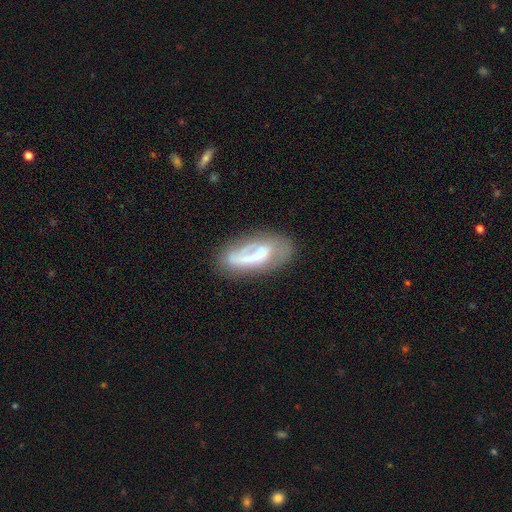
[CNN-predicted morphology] smooth-or-featured: featured or disk: 56% | smooth: 36% | star or artifact: 8%
  disk-edge-on: no: 88% | yes: 12%
  merging: none: 57% | minor disturbance: 23% | major disturbance: 16% | merger: 4%